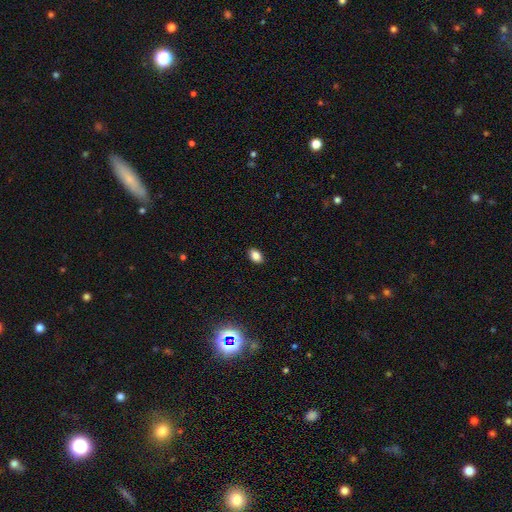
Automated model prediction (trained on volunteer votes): smooth-or-featured: smooth: 85% | star or artifact: 10% | featured or disk: 5%
  how-rounded: in between: 81% | round: 18% | cigar-shaped: 1%
  merging: none: 90% | minor disturbance: 7% | major disturbance: 2% | merger: 1%